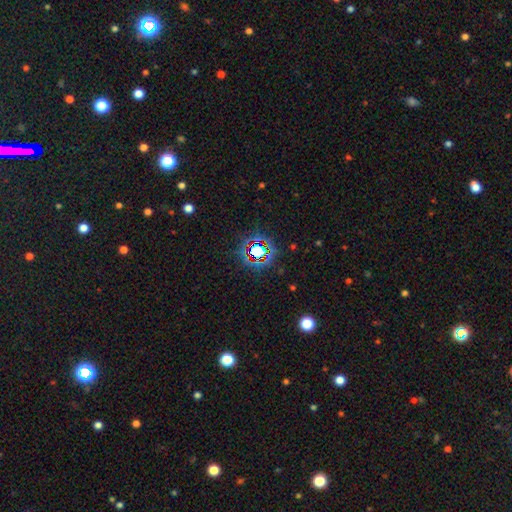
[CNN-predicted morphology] A star or artifact, not a galaxy (76%).